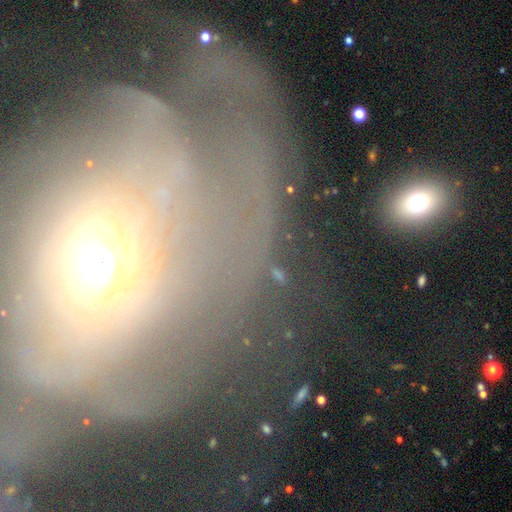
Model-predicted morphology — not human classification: Q: Smooth or featured?
A: featured or disk (55%); runner-up: smooth (26%)
Q: Edge-on disk?
A: no (90%); runner-up: yes (10%)
Q: Bar?
A: no (68%); runner-up: weak (20%)
Q: Spiral arms?
A: yes (54%); runner-up: no (46%)
Q: Bulge size?
A: moderate (60%); runner-up: small (22%)
Q: Merging?
A: none (42%); runner-up: major disturbance (33%)